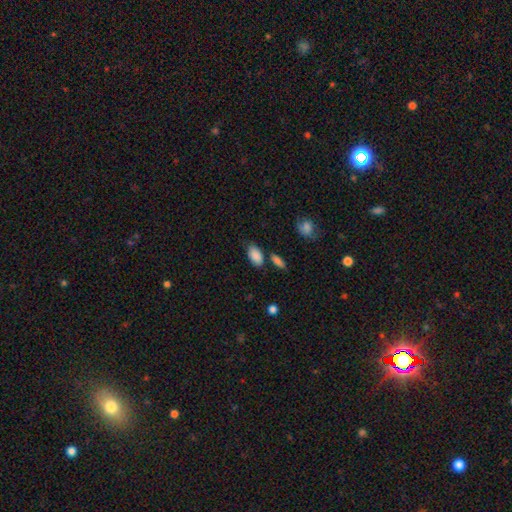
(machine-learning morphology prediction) The model was most divided on "merging": none: 70%, minor disturbance: 17%, merger: 8%, major disturbance: 4%. More confident: how rounded — in between (94%); smooth or featured — smooth (87%).